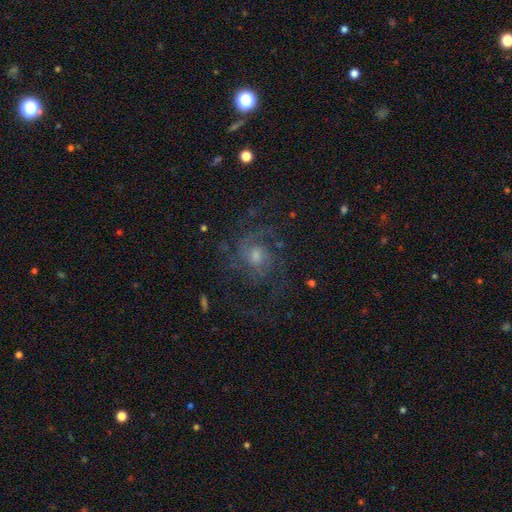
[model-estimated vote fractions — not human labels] This appears to be a featured or disk galaxy (74%) with no bar (64%), medium (46%) spiral arms (90%) and a moderate central bulge (53%). Merging: none (62%).